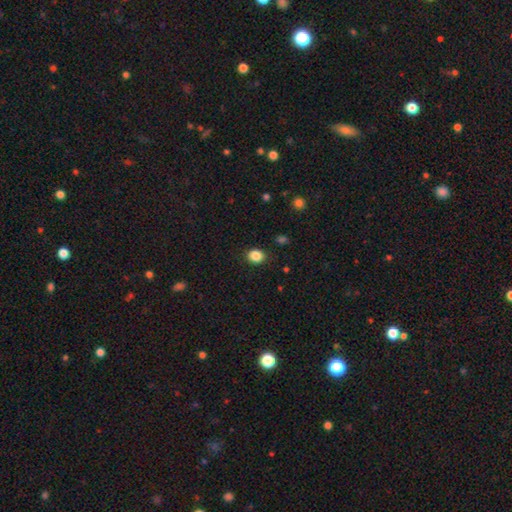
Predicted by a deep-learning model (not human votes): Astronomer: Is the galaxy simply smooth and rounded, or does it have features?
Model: smooth — 86%.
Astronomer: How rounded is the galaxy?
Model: round — 61% (runner-up: in between, 38%).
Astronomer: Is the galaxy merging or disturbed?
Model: none — 89%.